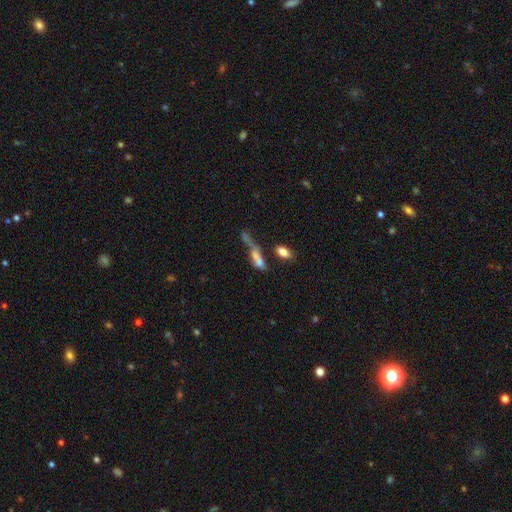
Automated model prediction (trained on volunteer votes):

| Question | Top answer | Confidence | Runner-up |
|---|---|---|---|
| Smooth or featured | smooth | 55% | featured or disk (32%) |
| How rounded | in between | 50% | cigar-shaped (44%) |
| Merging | merger | 40% | none (25%) |